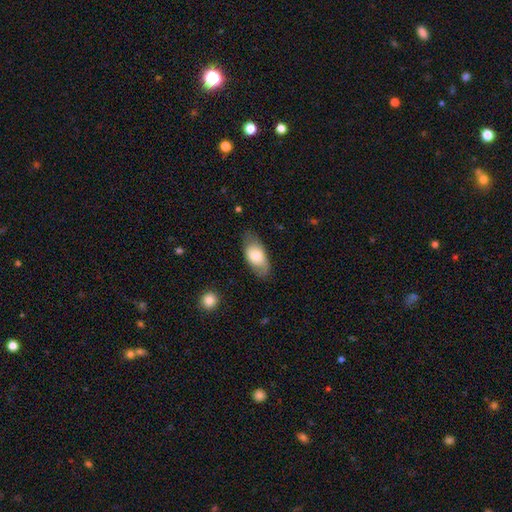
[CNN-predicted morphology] The model was most divided on "smooth or featured": smooth: 71%, featured or disk: 23%, star or artifact: 6%. More confident: how rounded — in between (91%); merging — none (73%).